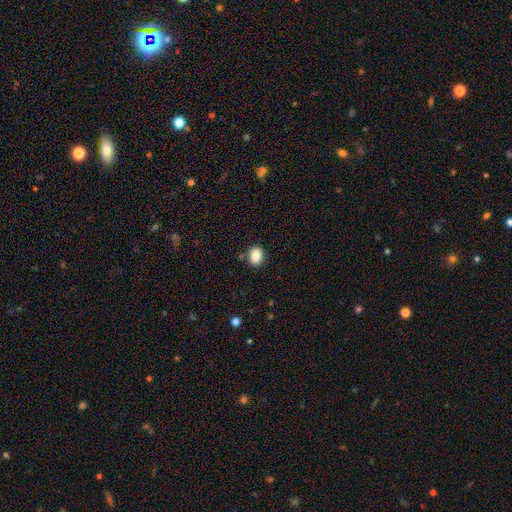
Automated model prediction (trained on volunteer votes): The model was most divided on "how rounded": in between: 66%, round: 33%, cigar-shaped: 1%. More confident: smooth or featured — smooth (87%); merging — none (84%).